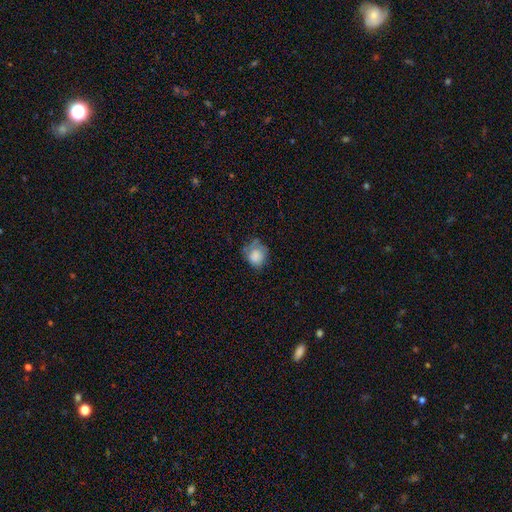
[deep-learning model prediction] smooth-or-featured: smooth: 75% | featured or disk: 15% | star or artifact: 9%
  how-rounded: round: 72% | in between: 27% | cigar-shaped: 1%
  merging: none: 50% | minor disturbance: 31% | major disturbance: 16% | merger: 3%